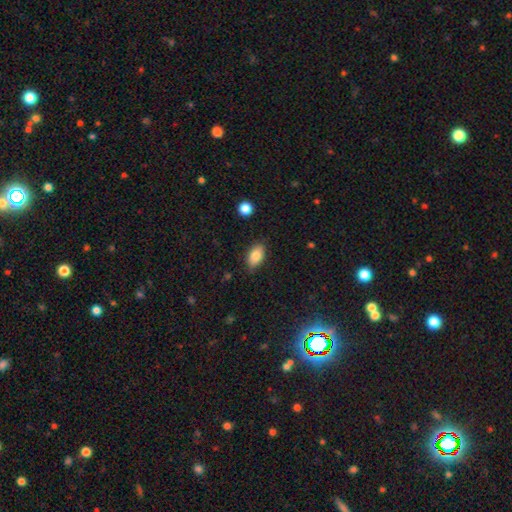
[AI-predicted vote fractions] smooth_or_featured: smooth (p=0.83) [alt: featured or disk p=0.09]
how_rounded: in between (p=0.91) [alt: round p=0.06]
merging: none (p=0.83) [alt: minor disturbance p=0.13]